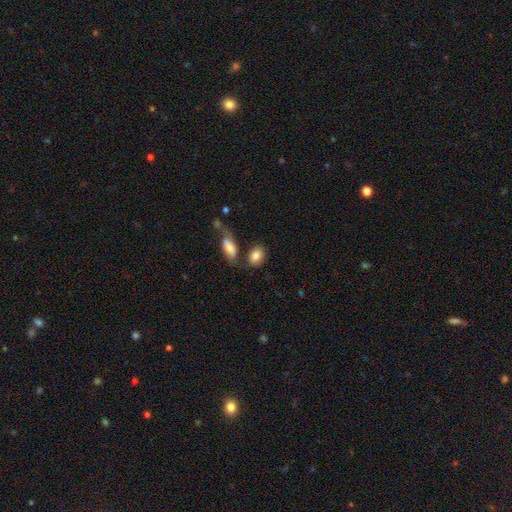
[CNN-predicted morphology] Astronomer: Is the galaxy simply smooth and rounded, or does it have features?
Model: smooth — 83%.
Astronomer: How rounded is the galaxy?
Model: in between — 78%.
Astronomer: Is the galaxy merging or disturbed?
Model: none — 63%.